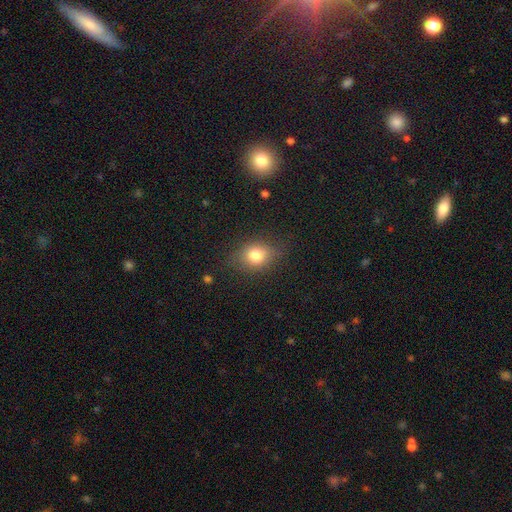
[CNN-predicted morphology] Smooth or featured: smooth — 78% (star or artifact — 11%)
How rounded: in between — 50% (round — 48%)
Merging: none — 78% (minor disturbance — 16%)